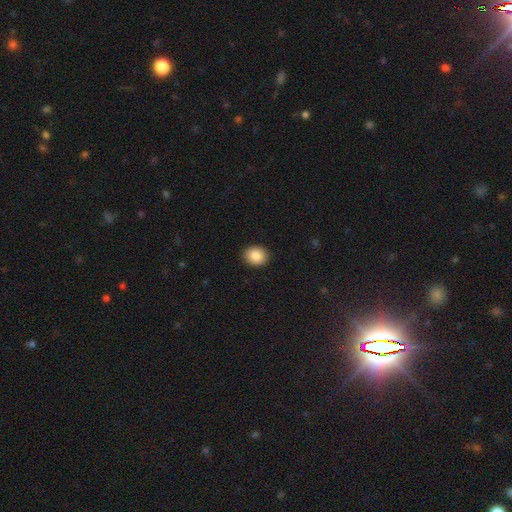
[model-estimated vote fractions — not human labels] This is clearly a smooth galaxy (87%). How rounded: likely round (62%). Merging: clearly none (91%).